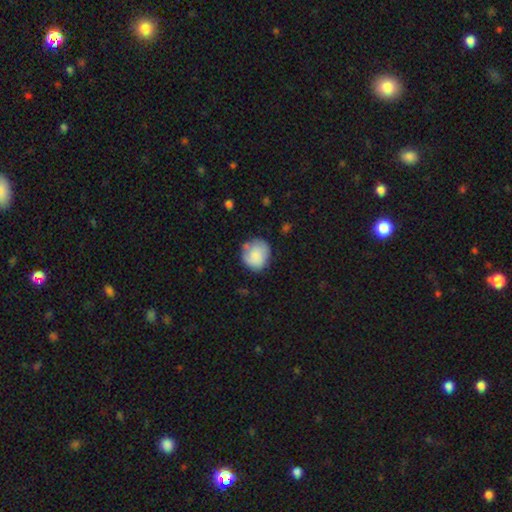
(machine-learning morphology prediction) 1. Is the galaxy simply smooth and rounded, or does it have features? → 77% smooth, 16% featured or disk, 7% star or artifact.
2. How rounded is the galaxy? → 78% round, 21% in between, 1% cigar-shaped.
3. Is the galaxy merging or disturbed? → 66% none, 24% minor disturbance, 6% major disturbance, 4% merger.